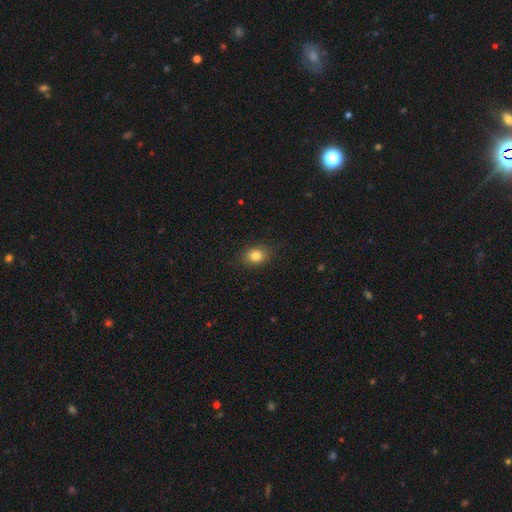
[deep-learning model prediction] smooth-or-featured: smooth: 83% | star or artifact: 11% | featured or disk: 6%
  how-rounded: in between: 51% | round: 48% | cigar-shaped: 1%
  merging: none: 88% | minor disturbance: 9% | major disturbance: 2% | merger: 1%